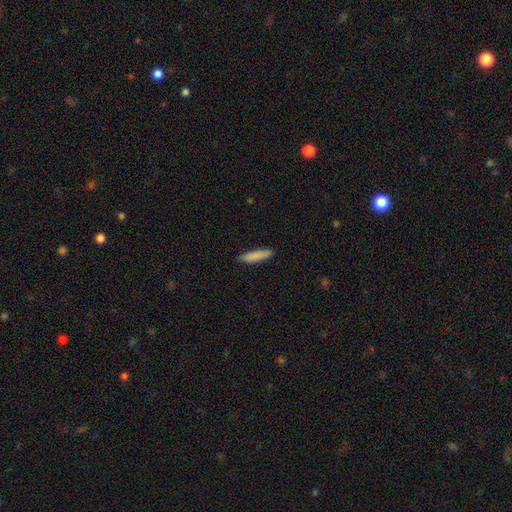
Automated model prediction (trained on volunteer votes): Smooth or featured? Predicted: smooth (p=0.87). How rounded? Predicted: cigar-shaped (p=0.74). Merging? Predicted: none (p=0.85).